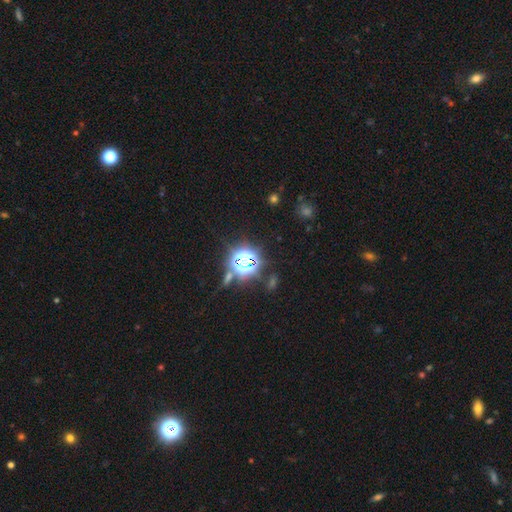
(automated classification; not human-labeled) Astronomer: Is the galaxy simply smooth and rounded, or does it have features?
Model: star or artifact — 74%.